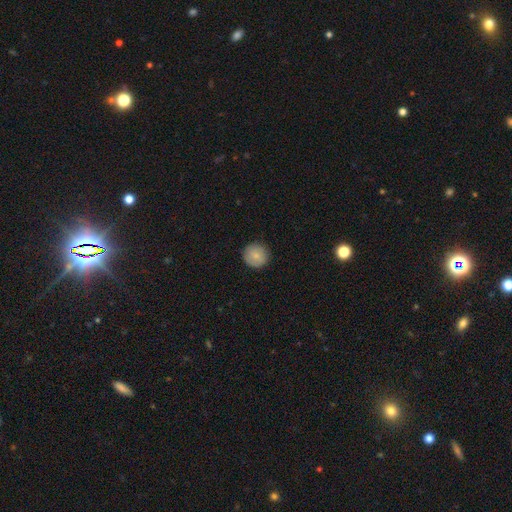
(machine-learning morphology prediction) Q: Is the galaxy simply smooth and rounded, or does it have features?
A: smooth — 82%.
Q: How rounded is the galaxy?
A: round — 95%.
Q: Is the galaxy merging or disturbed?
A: none — 89%.